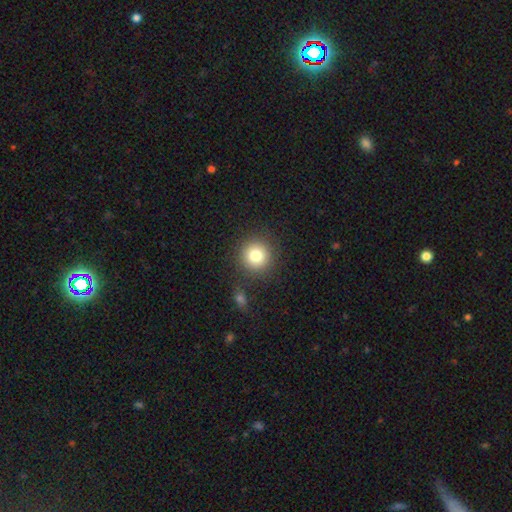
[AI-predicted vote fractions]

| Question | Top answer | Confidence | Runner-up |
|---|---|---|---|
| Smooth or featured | smooth | 80% | star or artifact (12%) |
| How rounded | round | 94% | in between (5%) |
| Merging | none | 85% | minor disturbance (7%) |